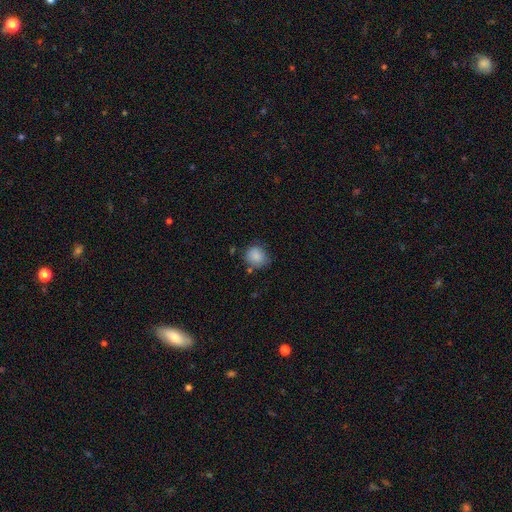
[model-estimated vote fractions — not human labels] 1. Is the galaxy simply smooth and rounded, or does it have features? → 85% smooth, 9% star or artifact, 6% featured or disk.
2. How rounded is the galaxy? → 78% round, 21% in between, 1% cigar-shaped.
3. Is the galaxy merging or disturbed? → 70% none, 21% minor disturbance, 5% merger, 5% major disturbance.